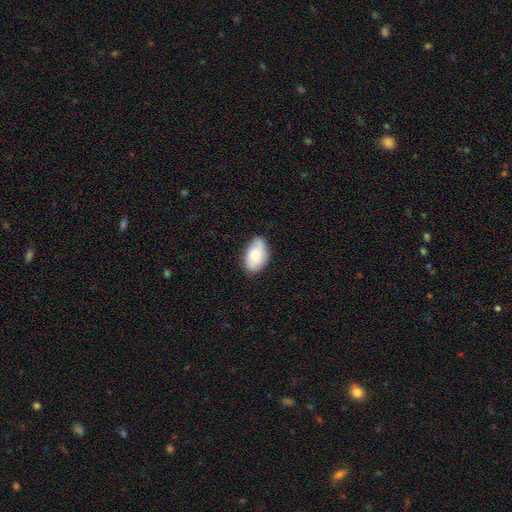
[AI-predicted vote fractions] Morphology: type=smooth (69%); roundness=in between (92%); merging=none (66%).